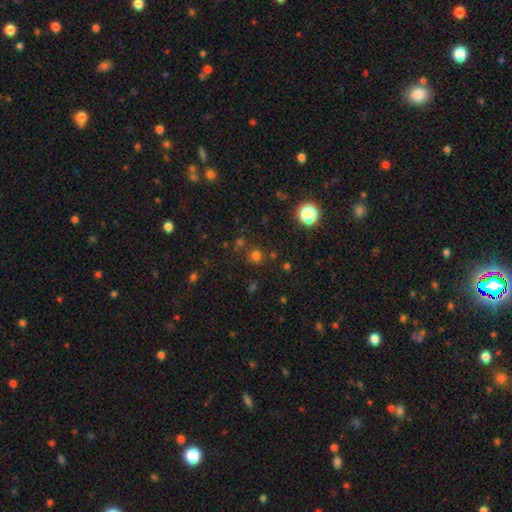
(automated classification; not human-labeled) smooth-or-featured: smooth: 67% | star or artifact: 27% | featured or disk: 6%
  how-rounded: round: 91% | in between: 8% | cigar-shaped: 1%
  merging: none: 79% | minor disturbance: 9% | merger: 8% | major disturbance: 4%